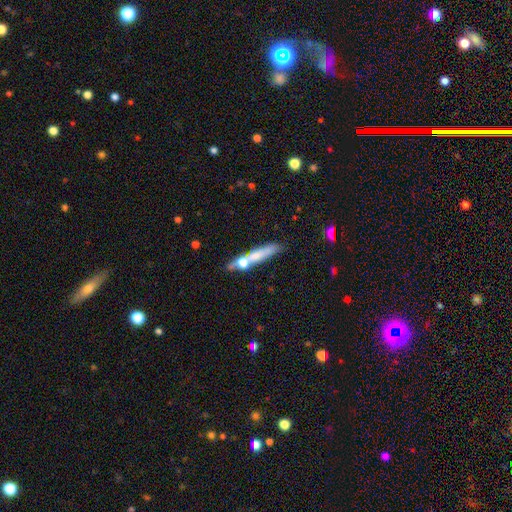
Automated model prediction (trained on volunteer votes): Overall: smooth (53%; featured or disk 39%). How rounded: cigar-shaped (84%). Merging: none (59%; merger 21%).